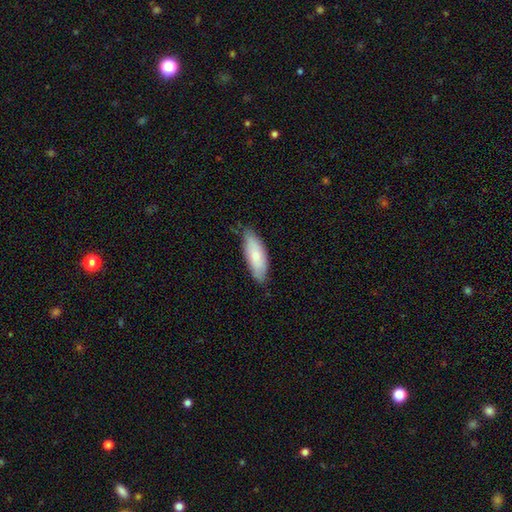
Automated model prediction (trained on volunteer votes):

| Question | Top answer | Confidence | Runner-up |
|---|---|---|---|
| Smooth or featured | smooth | 75% | featured or disk (19%) |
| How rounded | in between | 69% | cigar-shaped (29%) |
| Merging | none | 73% | minor disturbance (22%) |